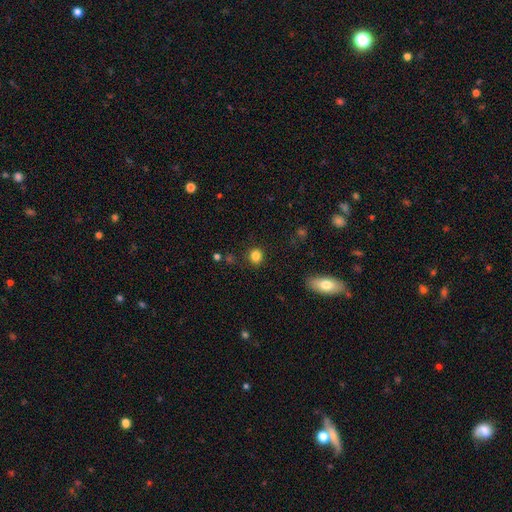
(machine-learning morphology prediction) smooth_or_featured: smooth (p=0.84) [alt: star or artifact p=0.12]
how_rounded: round (p=0.84) [alt: in between p=0.15]
merging: none (p=0.87) [alt: minor disturbance p=0.09]